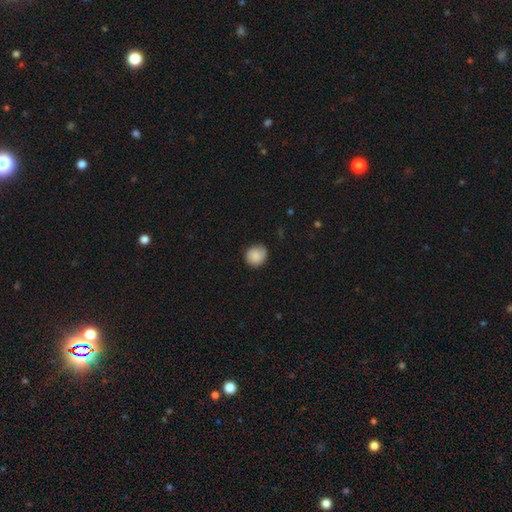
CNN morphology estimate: Smooth or featured? smooth (81%)
How rounded? round (82%)
Merging? none (80%)